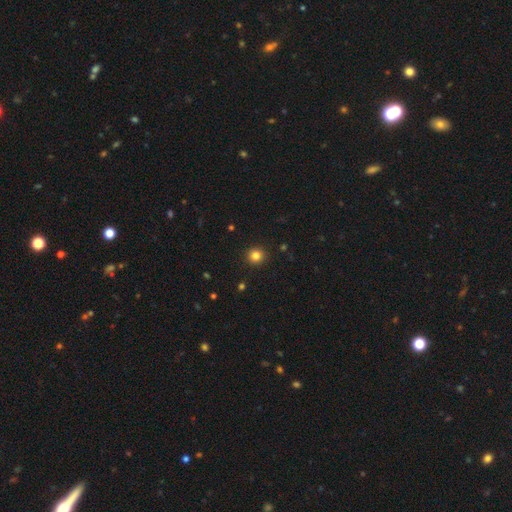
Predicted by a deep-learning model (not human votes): Smooth or featured? Predicted: smooth (p=0.83). How rounded? Predicted: round (p=0.91). Merging? Predicted: none (p=0.92).